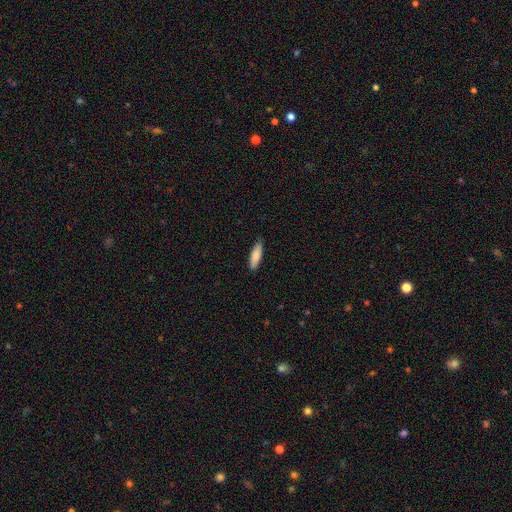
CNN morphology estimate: A smooth galaxy with no disk features (86%) that is cigar-shaped (57%).

Vote fractions:
- Smooth or featured? smooth: 86% / featured or disk: 8% / star or artifact: 6%
- How rounded? cigar-shaped: 57% / in between: 41% / round: 1%
- Merging? none: 82% / minor disturbance: 15% / major disturbance: 2% / merger: 1%